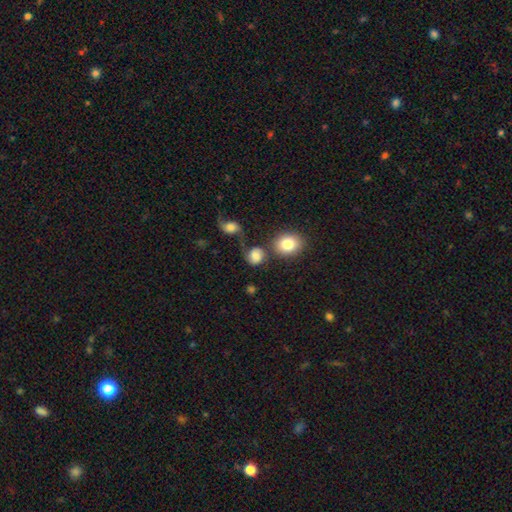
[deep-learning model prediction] Smooth or featured? Predicted: smooth (p=0.70). How rounded? Predicted: round (p=0.71). Merging? Predicted: none (p=0.47).